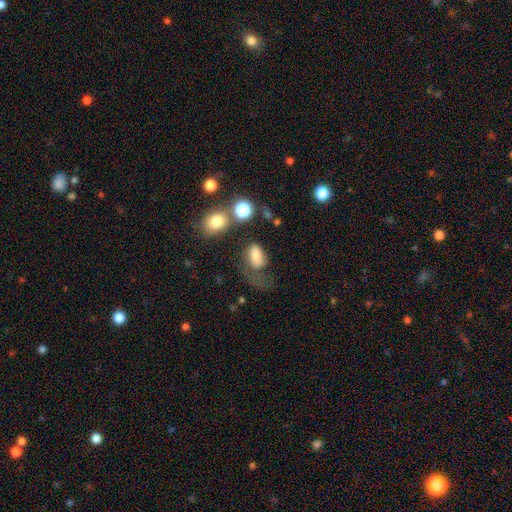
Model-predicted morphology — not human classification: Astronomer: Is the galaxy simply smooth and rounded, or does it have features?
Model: smooth — 73%.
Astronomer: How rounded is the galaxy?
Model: in between — 86%.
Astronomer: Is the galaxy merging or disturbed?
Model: major disturbance — 41% (runner-up: none, 29%).